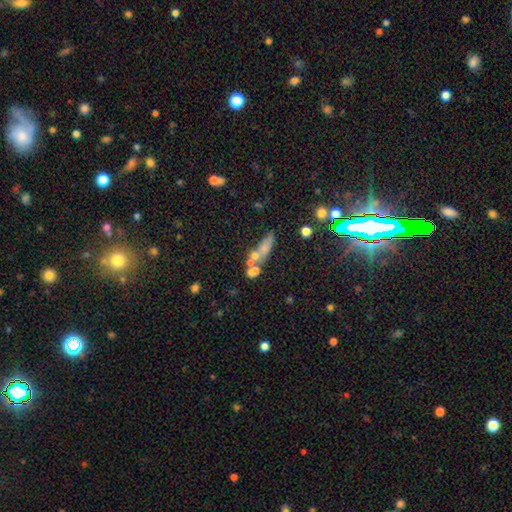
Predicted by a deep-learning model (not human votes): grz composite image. It shows a smooth galaxy with no disk features (55%) that is cigar-shaped (44%). Merging: none (43%).